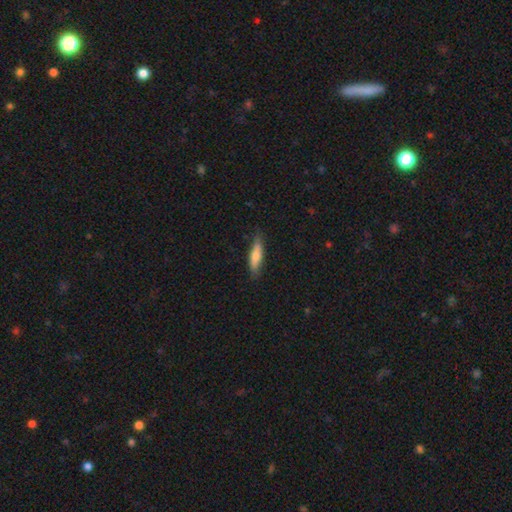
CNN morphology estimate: This is likely a smooth galaxy (70%). How rounded: likely cigar-shaped (76%). Merging: clearly none (82%).